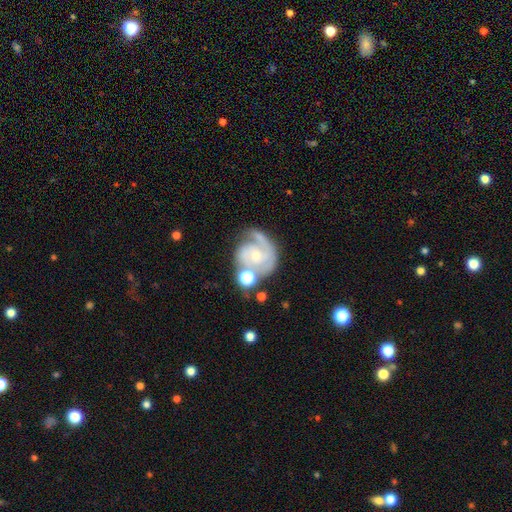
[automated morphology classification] type=featured or disk (78%); edge-on=no (98%); bar=no (67%); spiral arms=yes (92%); winding=tight (47%); arm count=2 (47%); bulge=small (64%); merging=none (48%).